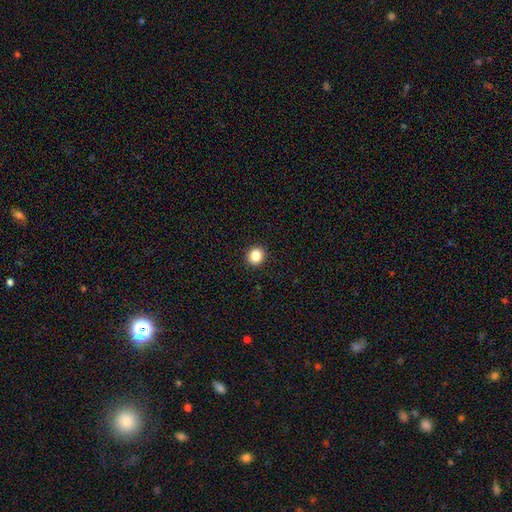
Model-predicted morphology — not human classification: Smooth or featured? smooth (84%)
How rounded? round (86%)
Merging? none (93%)